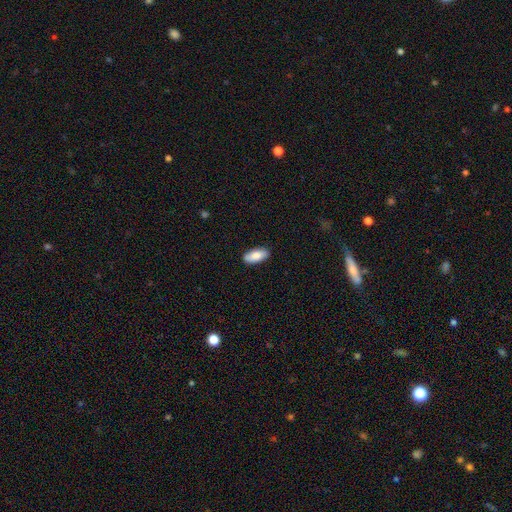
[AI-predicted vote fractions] Q: Smooth or featured?
A: smooth (84%); runner-up: featured or disk (10%)
Q: How rounded?
A: in between (90%); runner-up: cigar-shaped (8%)
Q: Merging?
A: none (87%); runner-up: minor disturbance (10%)